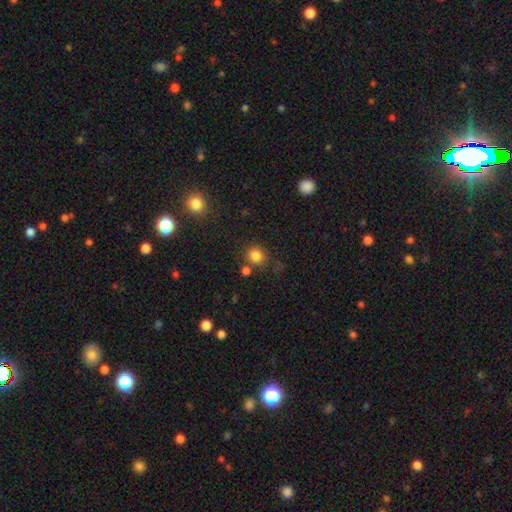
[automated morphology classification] A smooth galaxy with no disk features (82%) that is round (82%). Merging: none (72%).